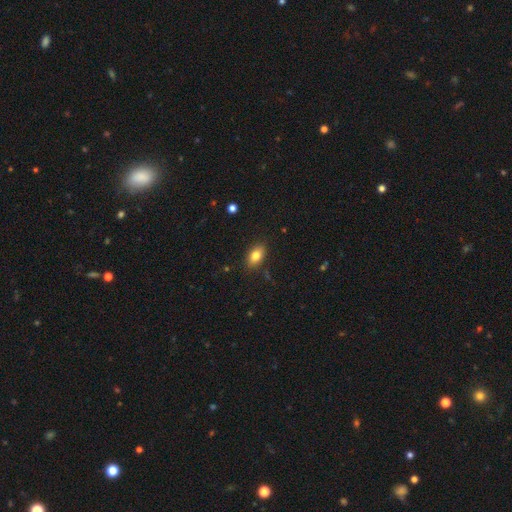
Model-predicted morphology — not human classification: Smooth or featured? smooth (81%)
How rounded? in between (88%)
Merging? none (85%)